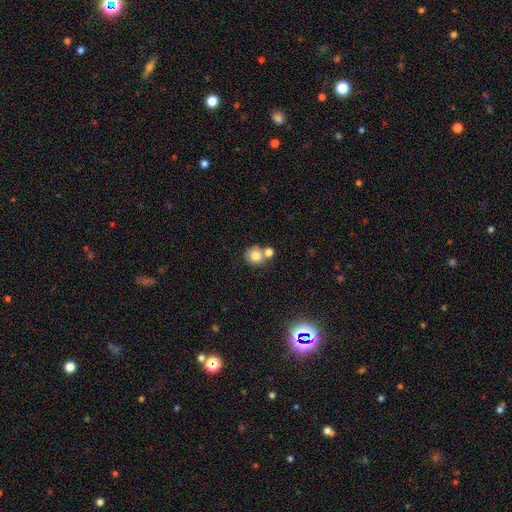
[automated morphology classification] smooth_or_featured: smooth (p=0.80) [alt: star or artifact p=0.11]
how_rounded: round (p=0.88) [alt: in between p=0.11]
merging: none (p=0.55) [alt: merger p=0.32]